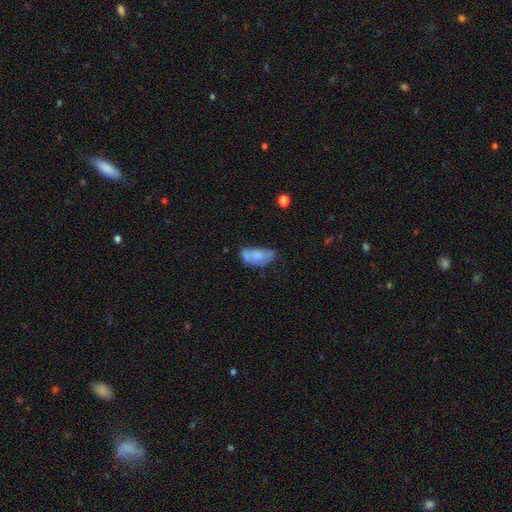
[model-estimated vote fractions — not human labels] A smooth galaxy with no disk features (61%) that is in between round and cigar-shaped (88%).

Vote fractions:
- Smooth or featured? smooth: 61% / featured or disk: 30% / star or artifact: 9%
- How rounded? in between: 88% / cigar-shaped: 7% / round: 5%
- Merging? none: 32% / merger: 30% / minor disturbance: 24% / major disturbance: 14%